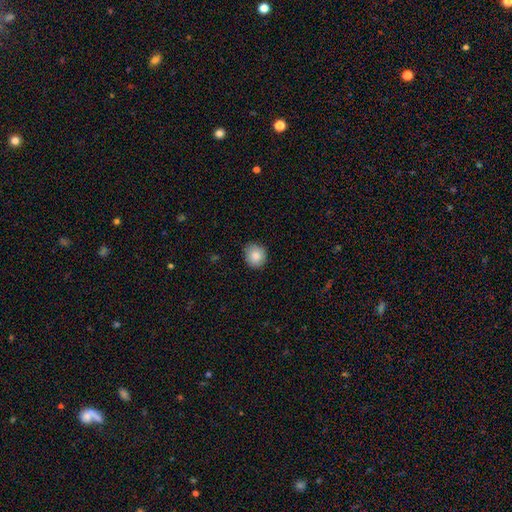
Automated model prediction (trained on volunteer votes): Overall: smooth (86%). How rounded: round (83%). Merging: none (86%).